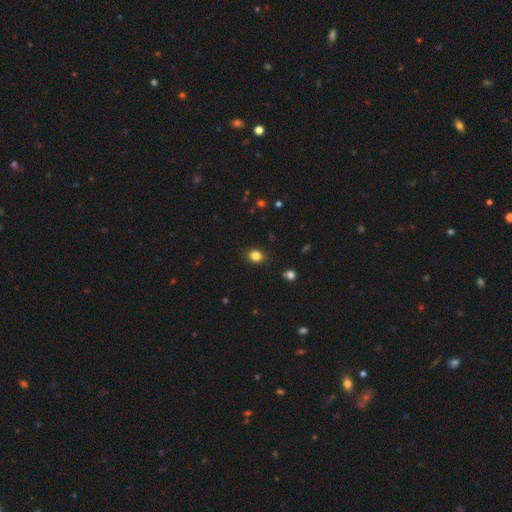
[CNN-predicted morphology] Overall: smooth (84%). How rounded: round (52%; in between 47%). Merging: none (88%).